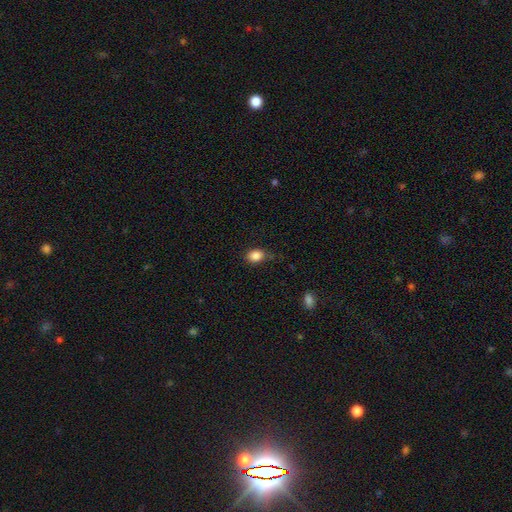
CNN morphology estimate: A smooth galaxy with no disk features (86%) that is in between round and cigar-shaped (65%). Merging: none (69%).